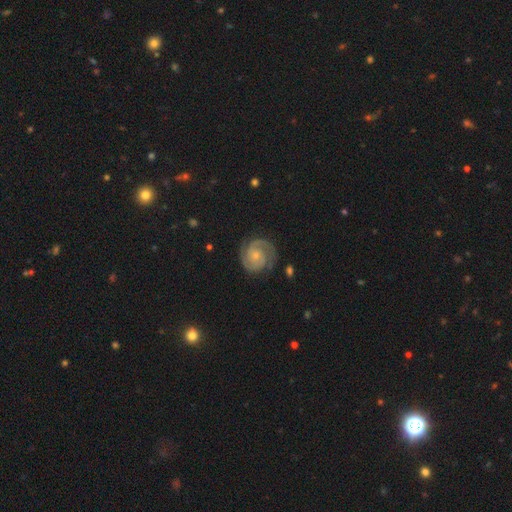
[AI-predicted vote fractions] The model was most divided on "spiral winding": tight: 67%, medium: 29%, loose: 4%. More confident: edge-on disk — no (98%); spiral arms — yes (98%); smooth or featured — featured or disk (90%); spiral arm count — 2 (86%); merging — none (81%); bar — no (70%); bulge size — small (68%).